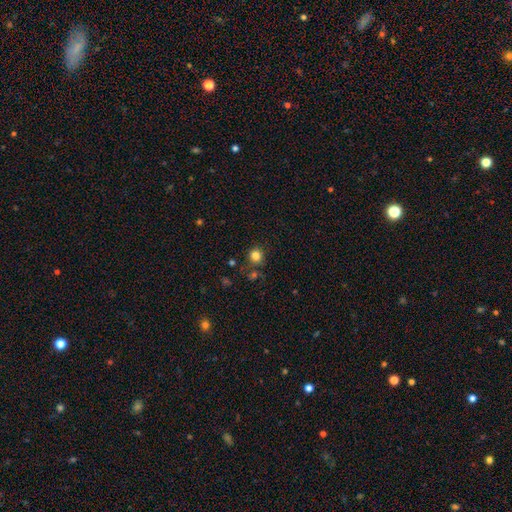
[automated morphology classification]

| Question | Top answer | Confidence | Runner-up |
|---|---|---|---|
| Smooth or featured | smooth | 82% | star or artifact (13%) |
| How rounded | round | 91% | in between (8%) |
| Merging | none | 81% | minor disturbance (10%) |